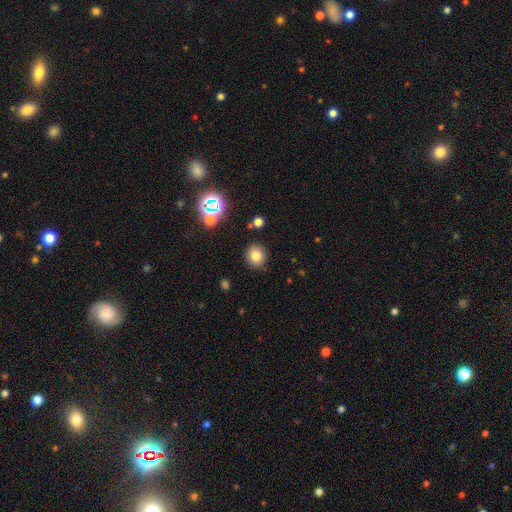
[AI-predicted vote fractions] Smooth or featured? smooth (78%)
How rounded? round (85%)
Merging? none (88%)